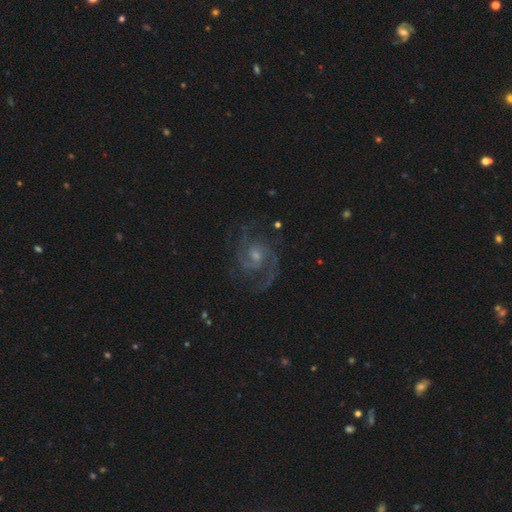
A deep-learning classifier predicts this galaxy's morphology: Smooth or featured: featured or disk — 89% (star or artifact — 6%)
Edge-on disk: no — 98% (yes — 2%)
Bar: no — 62% (weak — 33%)
Spiral arms: yes — 97% (no — 3%)
Spiral winding: medium — 56% (tight — 27%)
Spiral arm count: 2 — 61% (3 — 17%)
Bulge size: small — 57% (moderate — 36%)
Merging: none — 72% (minor disturbance — 15%)